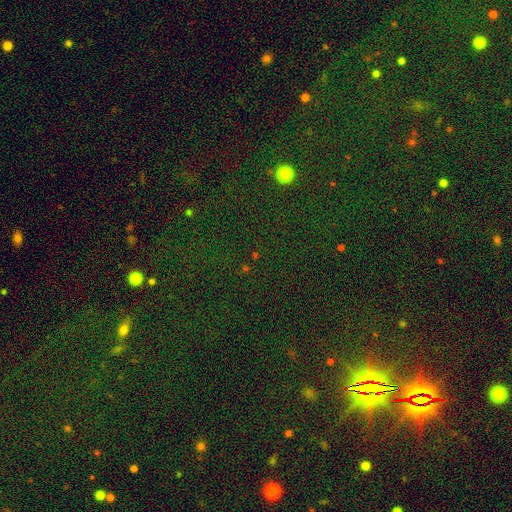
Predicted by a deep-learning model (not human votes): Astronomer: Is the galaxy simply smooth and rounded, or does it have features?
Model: star or artifact — 76%.